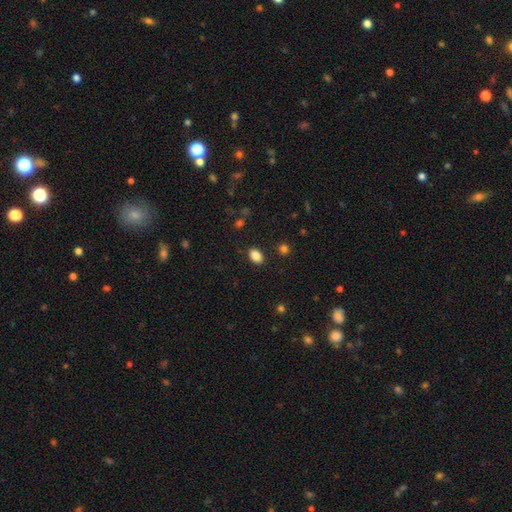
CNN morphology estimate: A smooth galaxy with no disk features (86%) that is in between round and cigar-shaped (84%).

Vote fractions:
- Smooth or featured? smooth: 86% / star or artifact: 9% / featured or disk: 5%
- How rounded? in between: 84% / round: 15% / cigar-shaped: 1%
- Merging? none: 87% / minor disturbance: 9% / major disturbance: 2% / merger: 2%